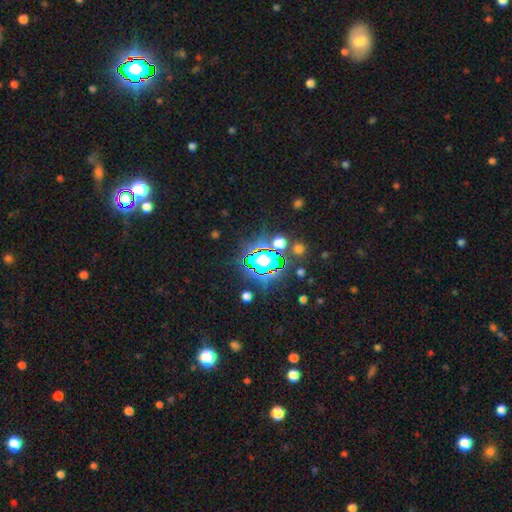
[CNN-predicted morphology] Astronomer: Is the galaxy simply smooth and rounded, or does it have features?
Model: star or artifact — 72%.